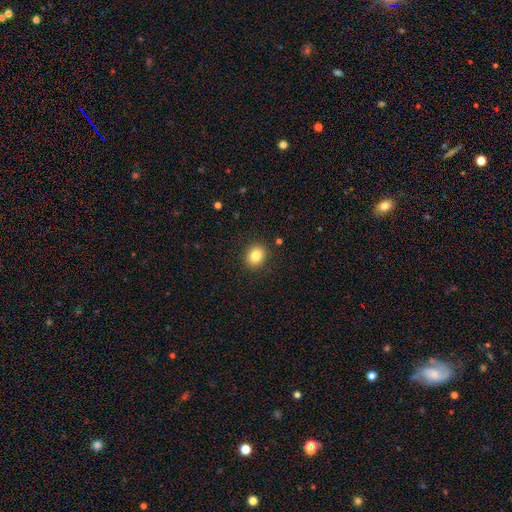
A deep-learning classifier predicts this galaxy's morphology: The model was most divided on "how rounded": round: 62%, in between: 37%, cigar-shaped: 1%. More confident: merging — none (89%); smooth or featured — smooth (83%).